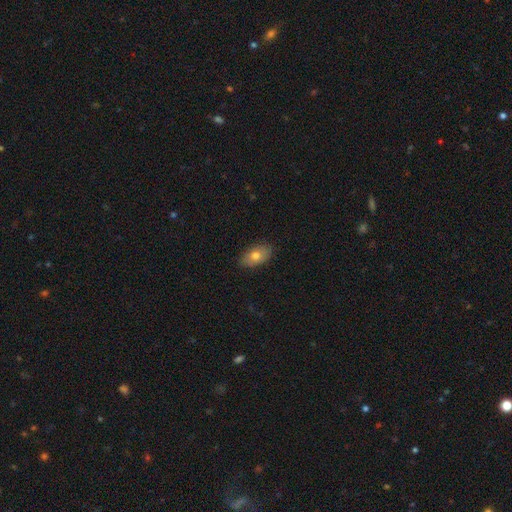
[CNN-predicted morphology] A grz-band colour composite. It shows a smooth galaxy with no disk features (76%) that is in between round and cigar-shaped (90%). Merging: none (84%).